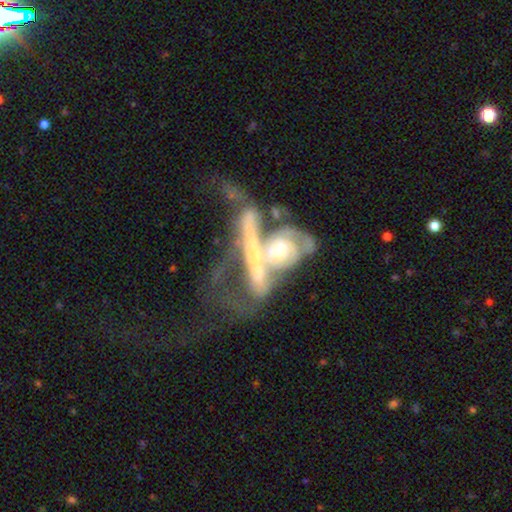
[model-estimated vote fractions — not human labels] This appears to be a featured or disk galaxy (74%) with no bar (73%), spiral arms (58%) and a moderate central bulge (46%). Merging: merger (65%).